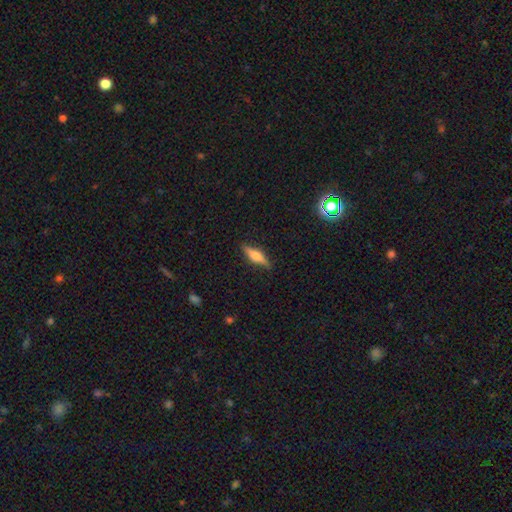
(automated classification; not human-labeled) Morphology: type=featured or disk (51%); edge-on=yes (94%); merging=none (85%).